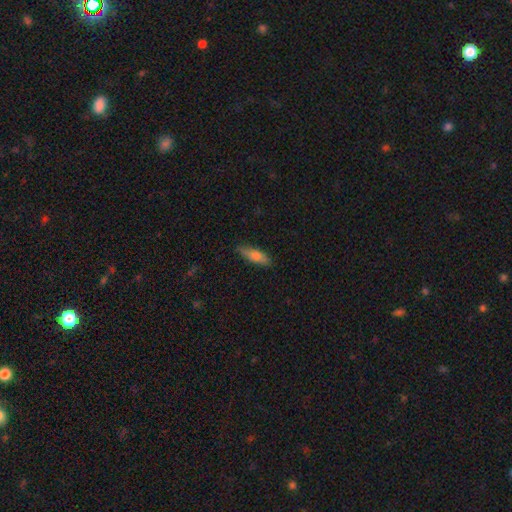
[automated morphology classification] This is likely a smooth galaxy (75%). How rounded: possibly in between (49%, tied with cigar-shaped). Merging: clearly none (82%).